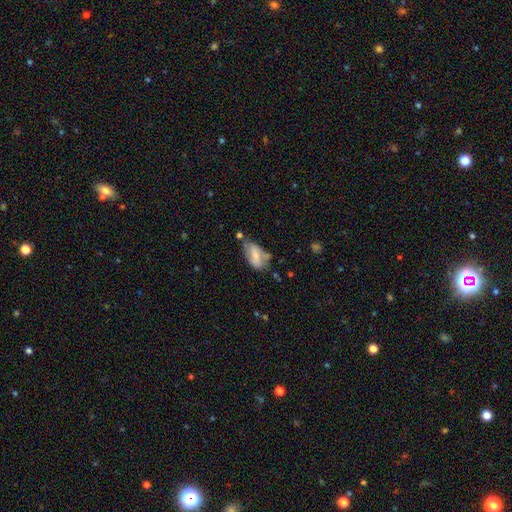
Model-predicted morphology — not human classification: This appears to be a smooth galaxy with no disk features (53%) that is in between round and cigar-shaped (89%). Merging: none (47%).